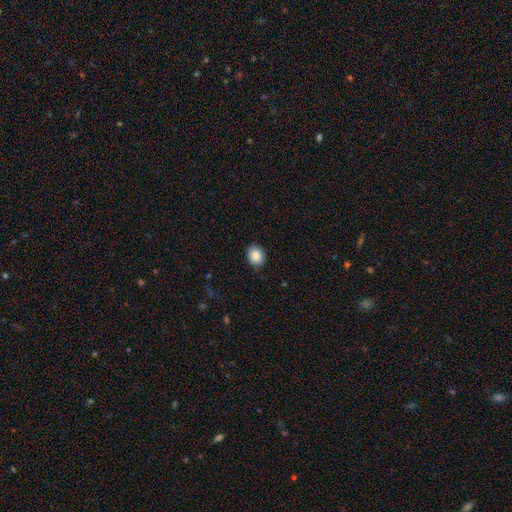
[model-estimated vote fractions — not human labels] Smooth or featured? Predicted: smooth (p=0.86). How rounded? Predicted: round (p=0.60). Merging? Predicted: none (p=0.88).